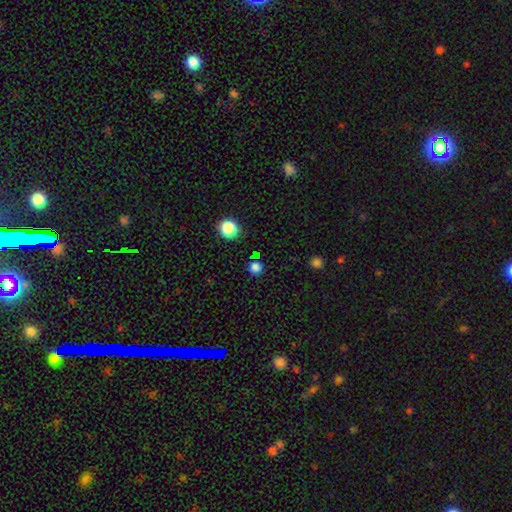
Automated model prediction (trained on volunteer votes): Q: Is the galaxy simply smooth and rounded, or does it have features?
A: smooth — 72%.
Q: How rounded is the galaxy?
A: round — 93%.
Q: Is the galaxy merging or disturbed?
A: none — 88%.